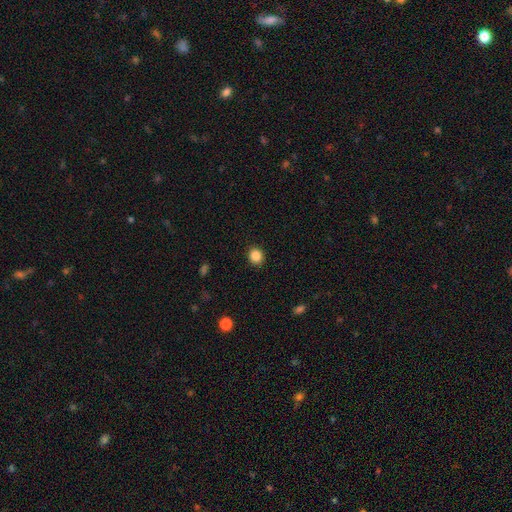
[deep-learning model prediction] Overall: smooth (86%). How rounded: round (80%). Merging: none (91%).